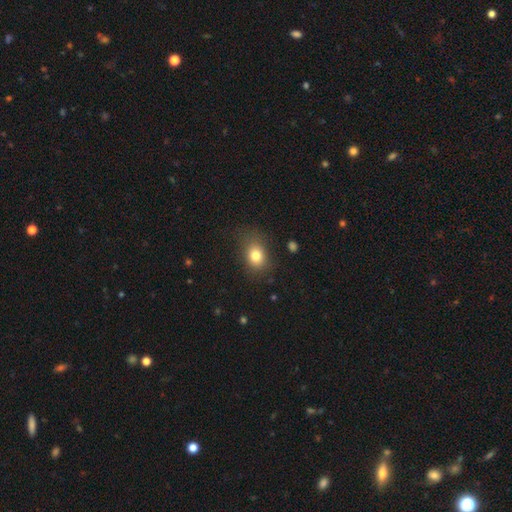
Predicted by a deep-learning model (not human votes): This is likely a smooth galaxy (79%). How rounded: possibly in between (57%). Merging: likely none (73%).